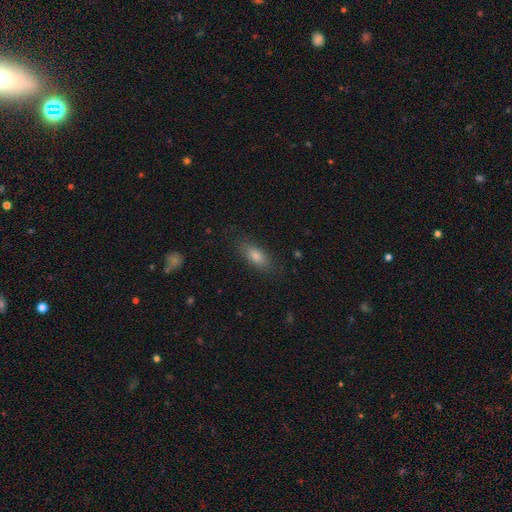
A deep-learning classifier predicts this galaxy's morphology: smooth-or-featured: smooth: 77% | featured or disk: 13% | star or artifact: 10%
  how-rounded: in between: 73% | cigar-shaped: 24% | round: 4%
  merging: none: 83% | minor disturbance: 13% | major disturbance: 3% | merger: 1%